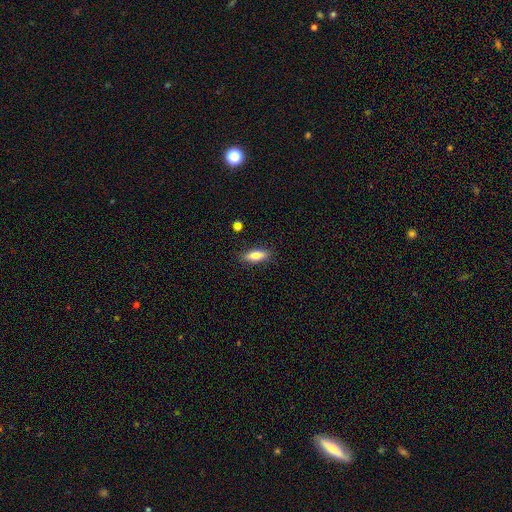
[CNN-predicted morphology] This is likely a smooth galaxy (77%). How rounded: likely in between (63%). Merging: clearly none (87%).